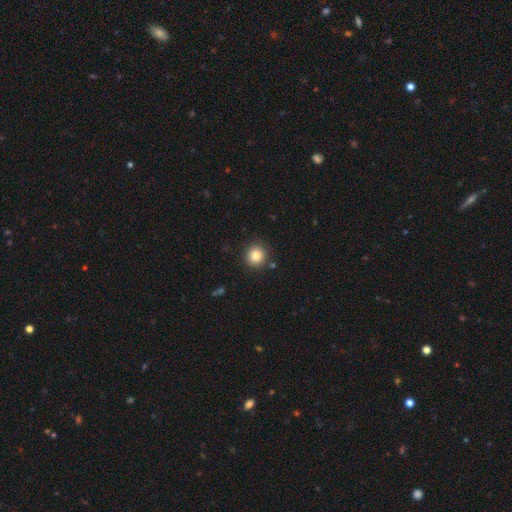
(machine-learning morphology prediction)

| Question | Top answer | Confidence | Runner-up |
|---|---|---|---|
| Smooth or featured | smooth | 83% | star or artifact (11%) |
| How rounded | round | 90% | in between (9%) |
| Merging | none | 88% | minor disturbance (7%) |